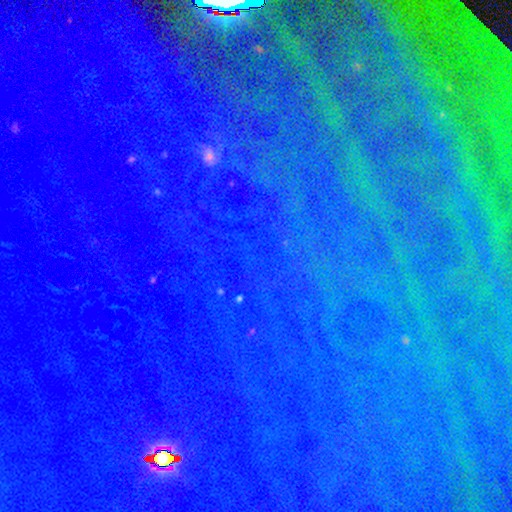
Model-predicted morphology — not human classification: Smooth or featured: star or artifact — 85% (smooth — 8%)